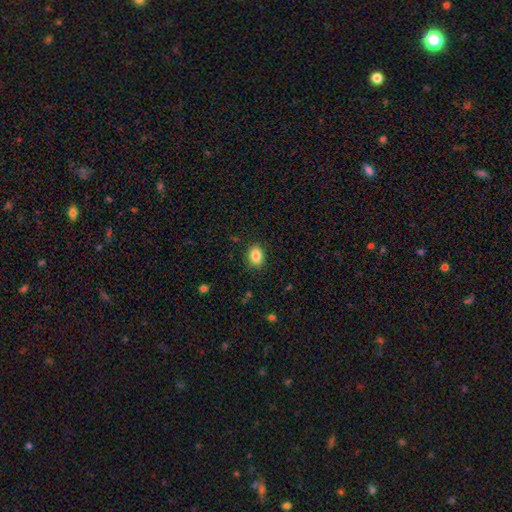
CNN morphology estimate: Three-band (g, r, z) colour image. It shows a smooth galaxy with no disk features (86%) that is in between round and cigar-shaped (75%). Merging: none (87%).